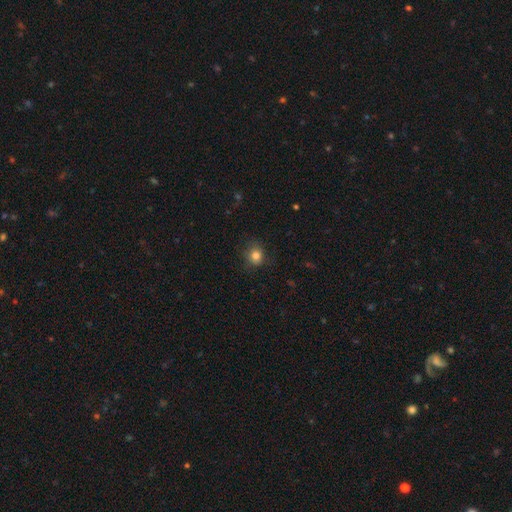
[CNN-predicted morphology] smooth_or_featured: smooth (p=0.82) [alt: star or artifact p=0.12]
how_rounded: round (p=0.73) [alt: in between p=0.26]
merging: none (p=0.79) [alt: minor disturbance p=0.16]